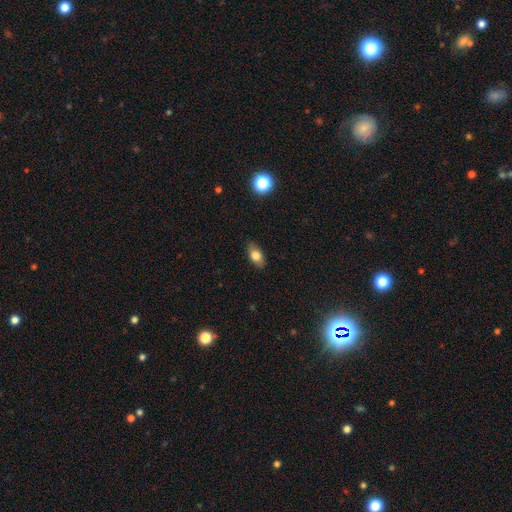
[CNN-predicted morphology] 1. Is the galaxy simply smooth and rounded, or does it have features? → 78% smooth, 14% featured or disk, 8% star or artifact.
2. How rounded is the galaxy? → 87% in between, 8% round, 5% cigar-shaped.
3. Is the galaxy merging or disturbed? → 86% none, 11% minor disturbance, 2% major disturbance, 1% merger.